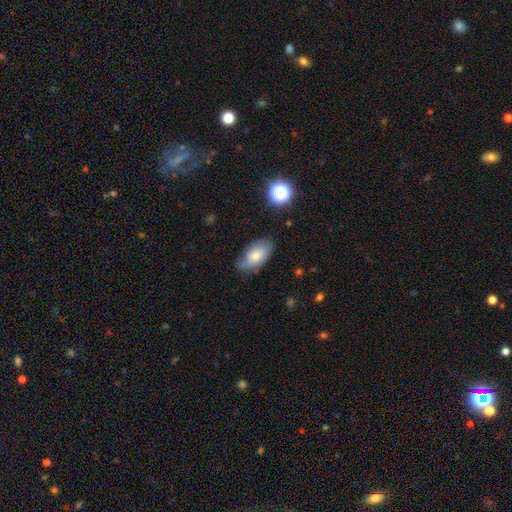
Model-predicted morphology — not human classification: smooth_or_featured: smooth (p=0.70) [alt: featured or disk p=0.21]
how_rounded: in between (p=0.93) [alt: round p=0.04]
merging: none (p=0.62) [alt: minor disturbance p=0.29]